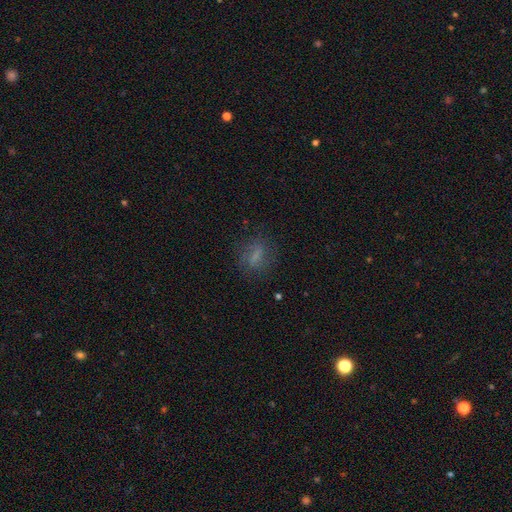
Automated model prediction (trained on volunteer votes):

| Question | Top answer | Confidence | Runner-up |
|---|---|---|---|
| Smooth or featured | smooth | 57% | featured or disk (29%) |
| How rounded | in between | 52% | round (27%) |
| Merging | none | 72% | minor disturbance (16%) |